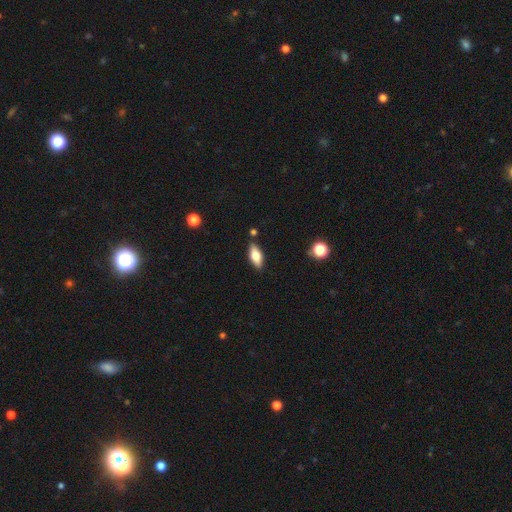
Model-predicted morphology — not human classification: smooth-or-featured: smooth: 66% | featured or disk: 27% | star or artifact: 7%
  how-rounded: in between: 77% | cigar-shaped: 20% | round: 3%
  merging: none: 84% | minor disturbance: 11% | merger: 3% | major disturbance: 2%